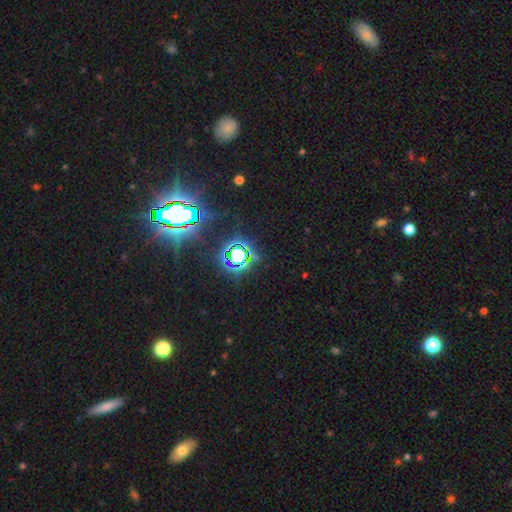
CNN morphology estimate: The model was most divided on "smooth or featured": star or artifact: 83%, smooth: 10%, featured or disk: 7%.